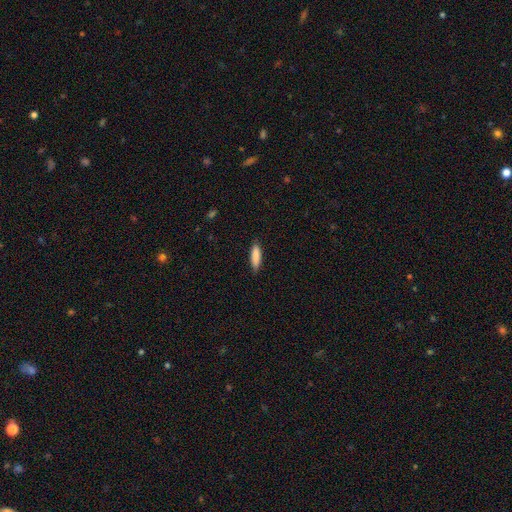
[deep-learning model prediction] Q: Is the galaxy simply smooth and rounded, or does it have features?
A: smooth — 87%.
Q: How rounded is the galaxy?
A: cigar-shaped — 61%.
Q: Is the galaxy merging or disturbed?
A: none — 86%.